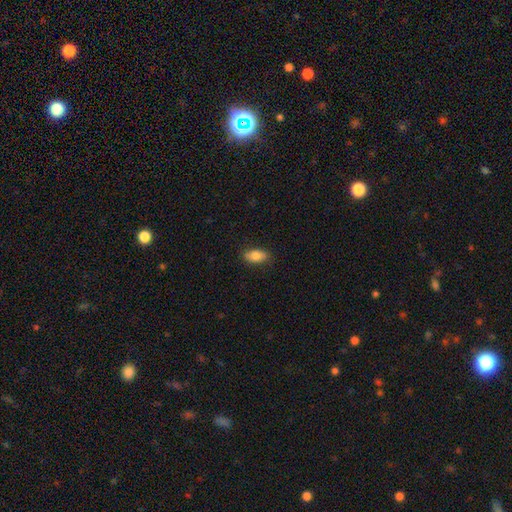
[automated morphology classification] smooth 82%, featured or disk 11%, star or artifact 7%. Down the decision tree: how rounded — in between (90%); merging — none (85%).